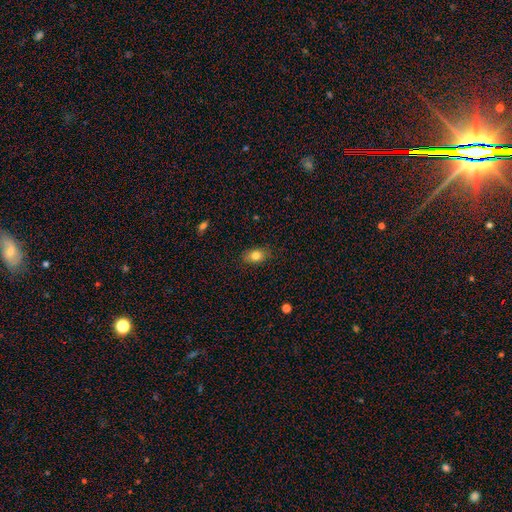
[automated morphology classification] This is clearly a smooth galaxy (81%). How rounded: likely in between (80%). Merging: clearly none (84%).